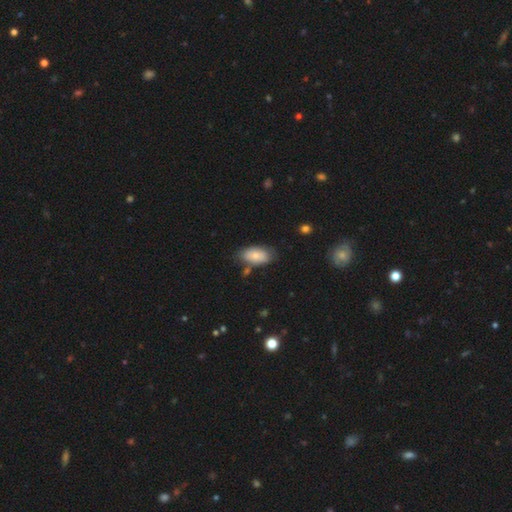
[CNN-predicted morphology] This is likely a smooth galaxy (76%). How rounded: clearly in between (93%). Merging: likely none (72%).